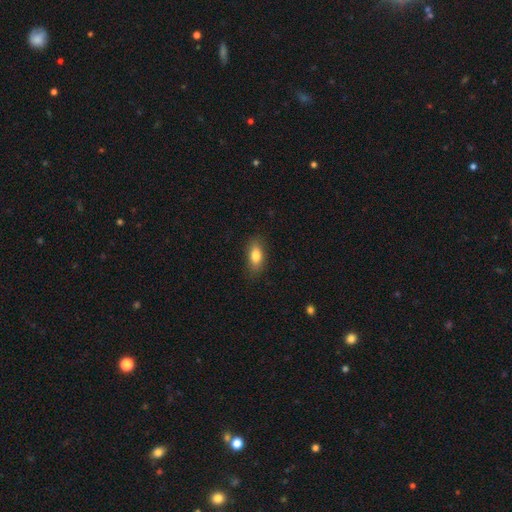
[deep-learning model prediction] smooth 81%, featured or disk 12%, star or artifact 8%. Down the decision tree: how rounded — in between (81%); merging — none (83%).